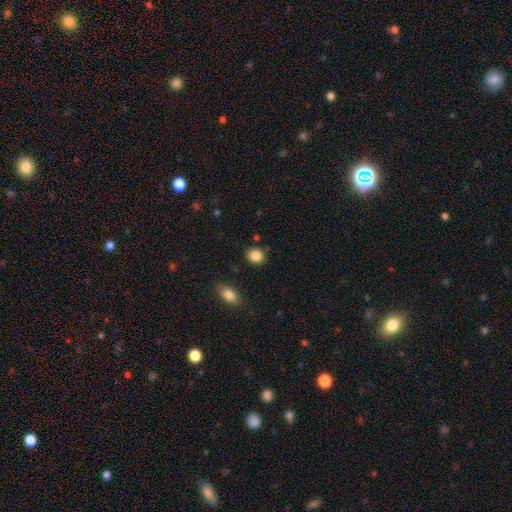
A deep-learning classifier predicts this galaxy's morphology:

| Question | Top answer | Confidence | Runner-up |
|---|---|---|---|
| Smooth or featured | smooth | 87% | star or artifact (9%) |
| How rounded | round | 72% | in between (27%) |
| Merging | none | 86% | minor disturbance (9%) |